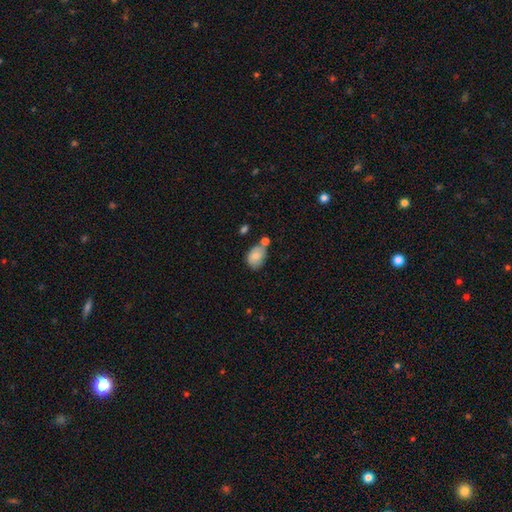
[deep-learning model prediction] smooth 81%, featured or disk 12%, star or artifact 8%. Down the decision tree: how rounded — in between (79%); merging — none (47%).